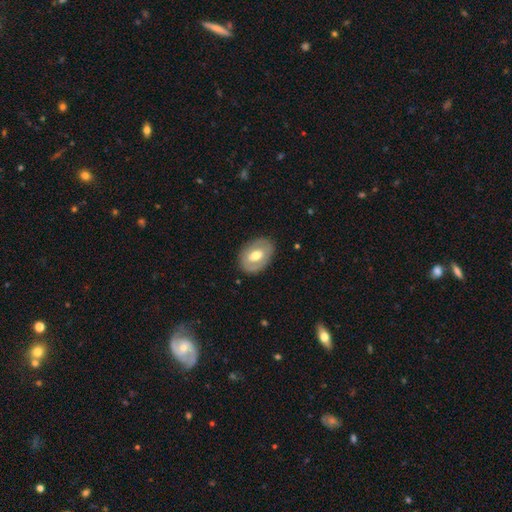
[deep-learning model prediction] Smooth or featured: featured or disk — 48% (smooth — 46%)
Merging: none — 82% (minor disturbance — 13%)